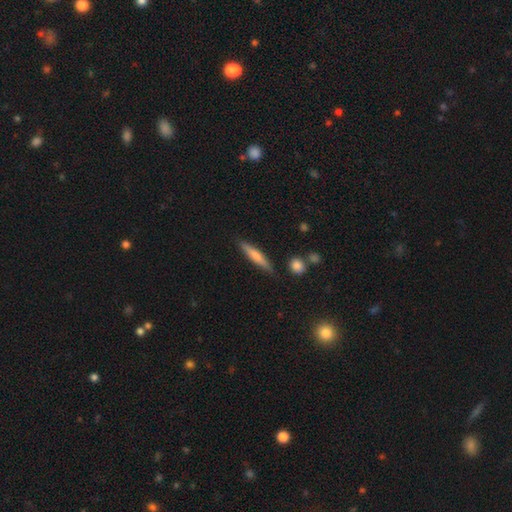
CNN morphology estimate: smooth_or_featured: smooth (p=0.64) [alt: featured or disk p=0.30]
how_rounded: cigar-shaped (p=0.89) [alt: in between p=0.09]
merging: none (p=0.86) [alt: minor disturbance p=0.10]